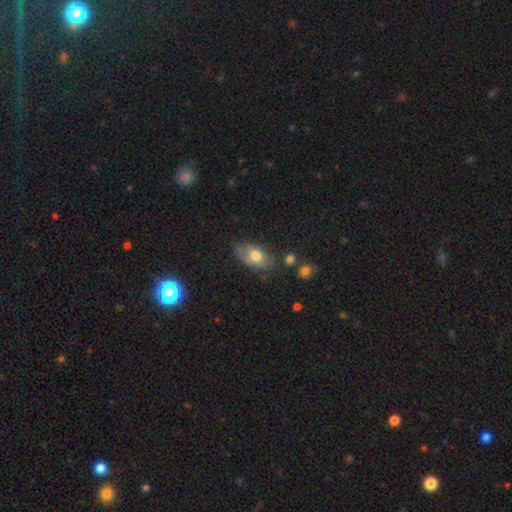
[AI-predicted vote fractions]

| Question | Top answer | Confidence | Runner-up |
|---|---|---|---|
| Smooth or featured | smooth | 67% | featured or disk (25%) |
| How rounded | in between | 89% | round (9%) |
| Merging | none | 63% | minor disturbance (26%) |